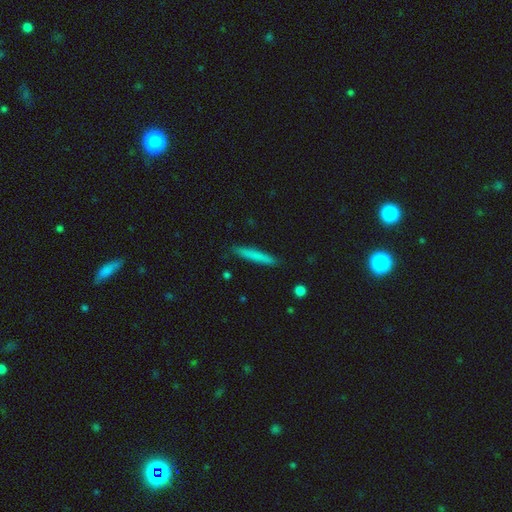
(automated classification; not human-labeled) Morphology: type=smooth (76%); roundness=cigar-shaped (95%); merging=none (89%).